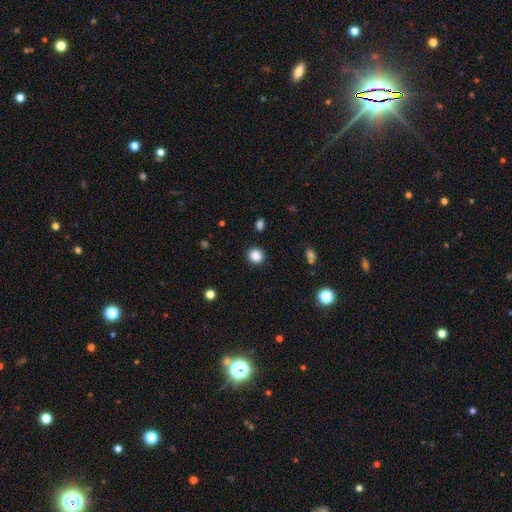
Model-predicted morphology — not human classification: This appears to be a smooth galaxy with no disk features (86%) that is round (86%). Merging: none (91%).